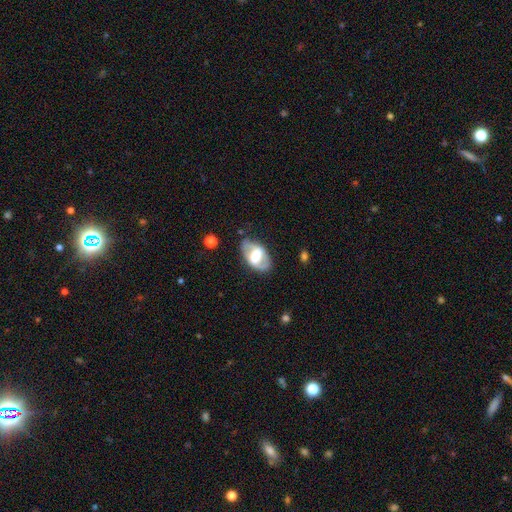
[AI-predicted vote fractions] Morphology: type=featured or disk (56%); edge-on=no (86%); merging=none (70%).